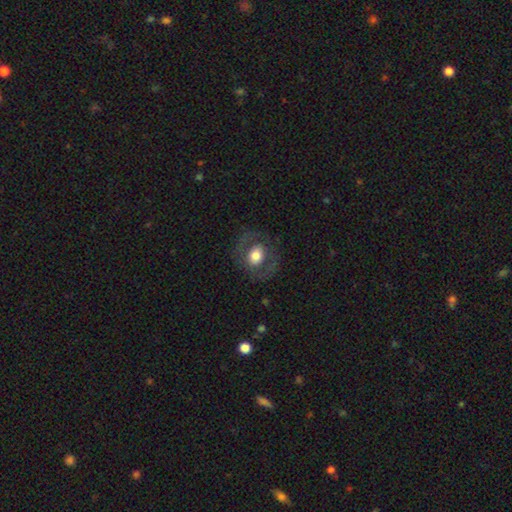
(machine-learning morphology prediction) smooth-or-featured: smooth: 55% | featured or disk: 37% | star or artifact: 8%
  how-rounded: round: 60% | in between: 39% | cigar-shaped: 1%
  merging: none: 76% | minor disturbance: 13% | major disturbance: 10% | merger: 1%